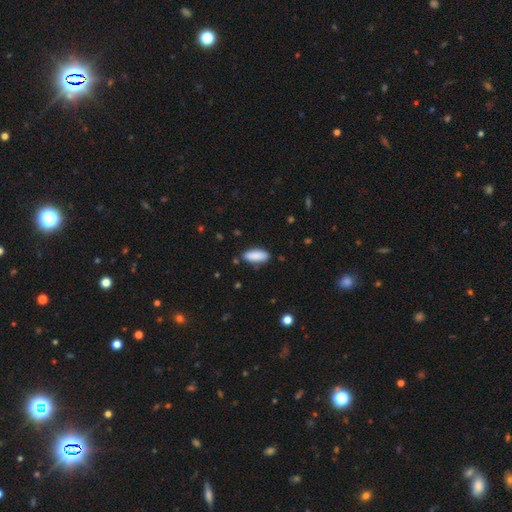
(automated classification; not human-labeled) Q: Smooth or featured?
A: smooth (89%); runner-up: star or artifact (6%)
Q: How rounded?
A: in between (79%); runner-up: cigar-shaped (19%)
Q: Merging?
A: none (85%); runner-up: minor disturbance (11%)